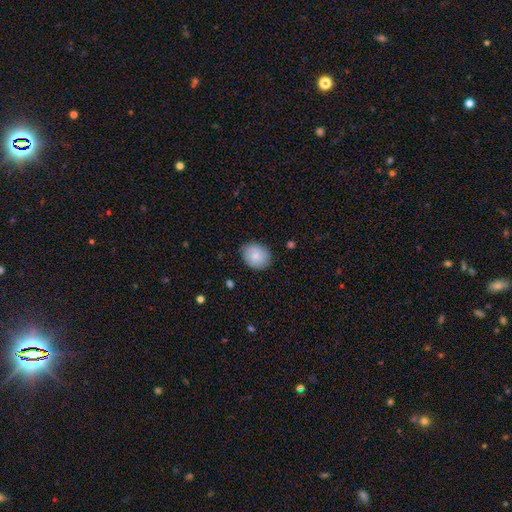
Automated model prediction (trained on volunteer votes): Smooth or featured? Predicted: smooth (p=0.80). How rounded? Predicted: round (p=0.58). Merging? Predicted: none (p=0.82).